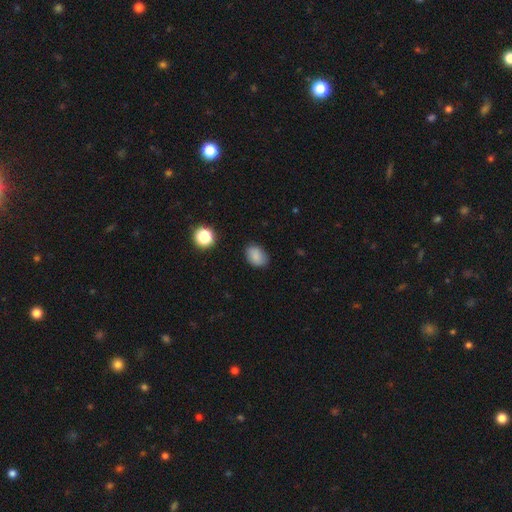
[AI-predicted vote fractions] Smooth or featured?
  - smooth: 85% *
  - star or artifact: 10%
  - featured or disk: 5%
How rounded?
  - in between: 81% *
  - round: 18%
  - cigar-shaped: 1%
Merging?
  - none: 83% *
  - minor disturbance: 13%
  - major disturbance: 3%
  - merger: 1%